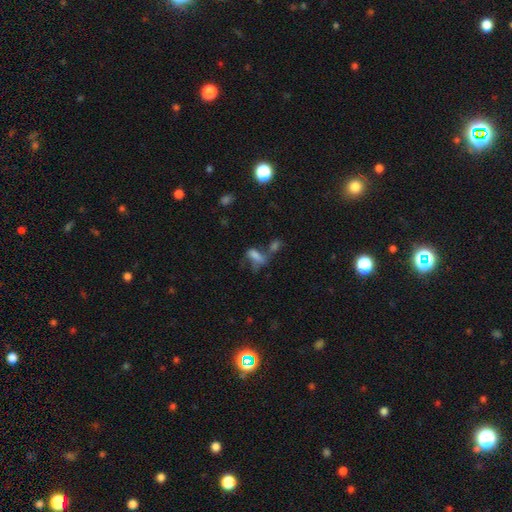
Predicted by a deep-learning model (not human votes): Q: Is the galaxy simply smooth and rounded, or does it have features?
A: smooth — 60%.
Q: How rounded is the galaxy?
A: in between — 79%.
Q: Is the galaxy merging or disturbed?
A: merger — 40%.